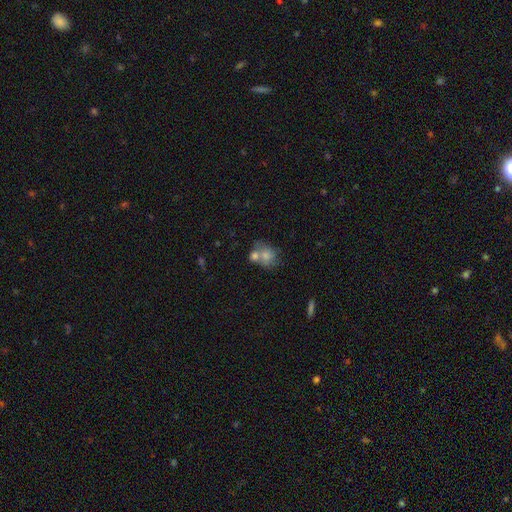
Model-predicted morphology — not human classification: Smooth or featured?
  - smooth: 71% *
  - featured or disk: 19%
  - star or artifact: 10%
How rounded?
  - round: 55% *
  - in between: 43%
  - cigar-shaped: 1%
Merging?
  - merger: 50% *
  - none: 31%
  - minor disturbance: 13%
  - major disturbance: 7%